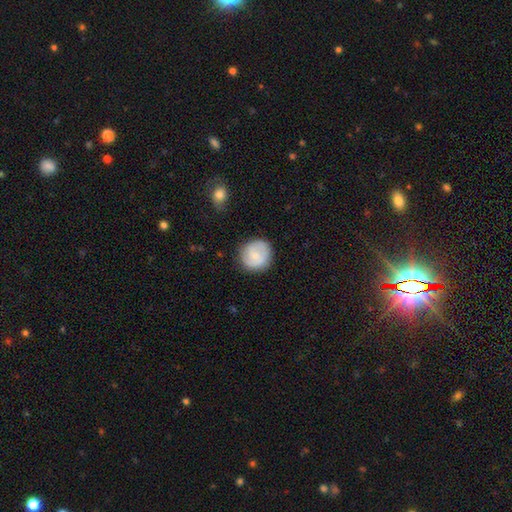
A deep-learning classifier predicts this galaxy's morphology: This appears to be a smooth galaxy with no disk features (67%) that is round (90%). Merging: none (82%).